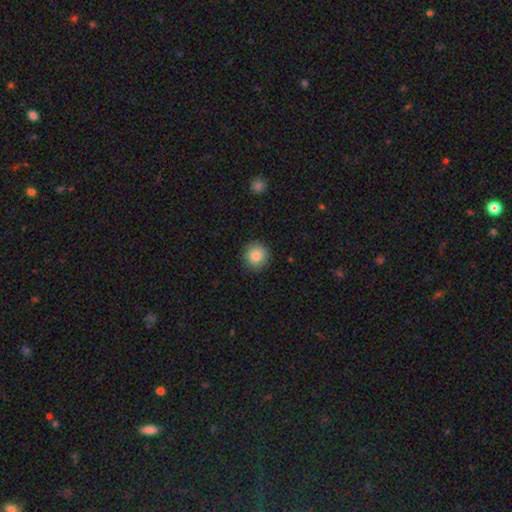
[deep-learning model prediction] smooth_or_featured: smooth (p=0.86) [alt: star or artifact p=0.09]
how_rounded: round (p=0.94) [alt: in between p=0.05]
merging: none (p=0.89) [alt: minor disturbance p=0.08]